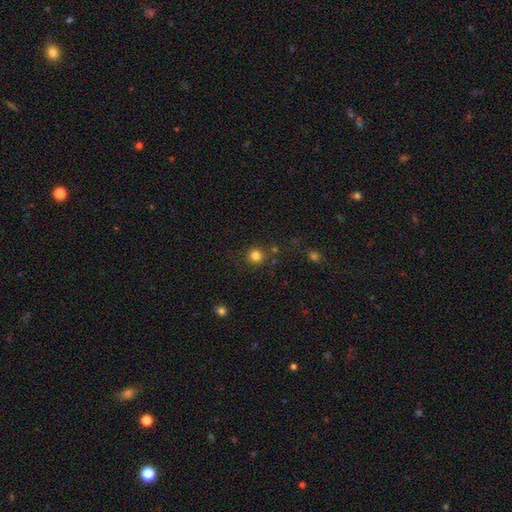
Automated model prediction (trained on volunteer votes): This appears to be a smooth galaxy with no disk features (82%) that is round (94%). Merging: none (84%).